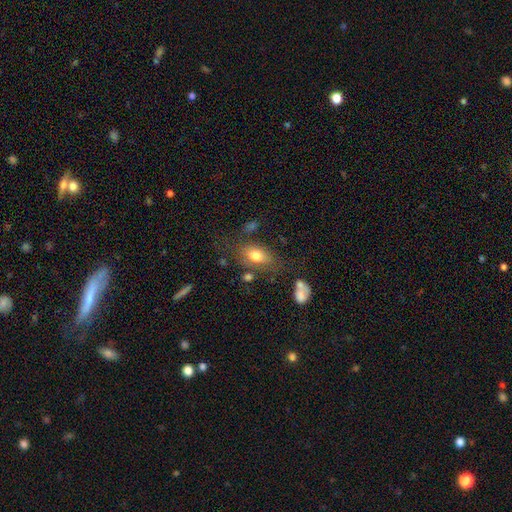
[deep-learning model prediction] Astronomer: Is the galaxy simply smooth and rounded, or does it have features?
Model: smooth — 75%.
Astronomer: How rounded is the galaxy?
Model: in between — 86%.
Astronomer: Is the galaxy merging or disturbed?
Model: none — 63%.